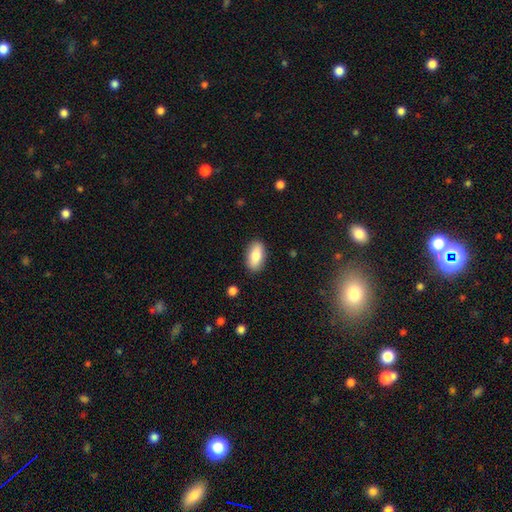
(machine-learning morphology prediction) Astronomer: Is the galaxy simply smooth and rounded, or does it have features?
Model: smooth — 82%.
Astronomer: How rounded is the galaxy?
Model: in between — 91%.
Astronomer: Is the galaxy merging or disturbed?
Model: none — 88%.